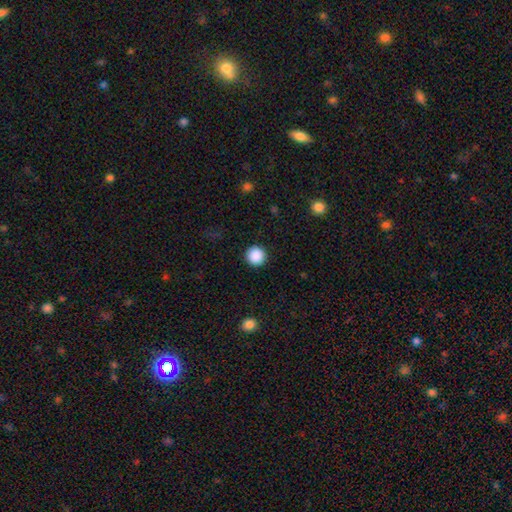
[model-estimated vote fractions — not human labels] Smooth or featured? smooth (89%)
How rounded? round (96%)
Merging? none (92%)